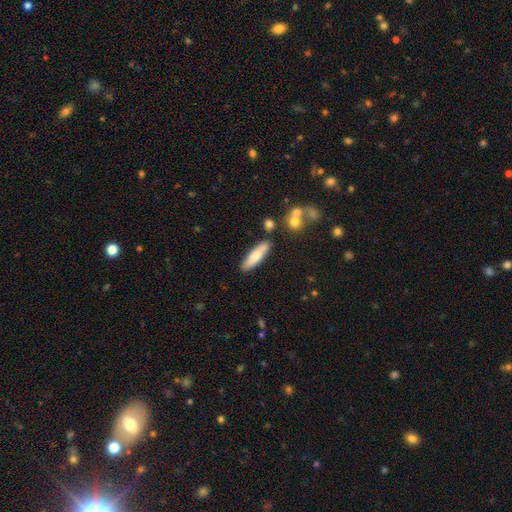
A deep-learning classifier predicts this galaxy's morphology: smooth_or_featured: smooth (p=0.74) [alt: featured or disk p=0.20]
how_rounded: cigar-shaped (p=0.64) [alt: in between p=0.35]
merging: none (p=0.81) [alt: minor disturbance p=0.12]